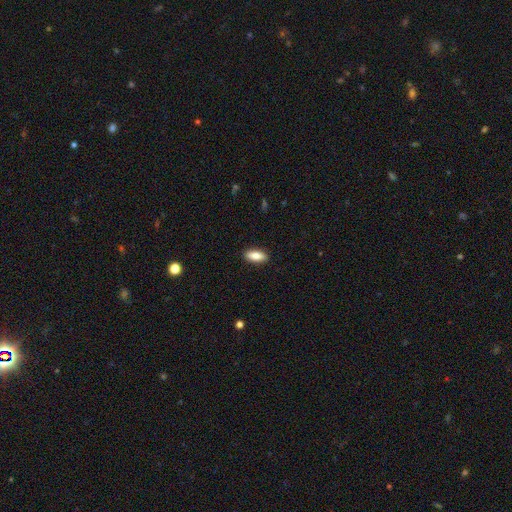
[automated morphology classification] A smooth galaxy with no disk features (83%) that is in between round and cigar-shaped (80%). Merging: none (89%).